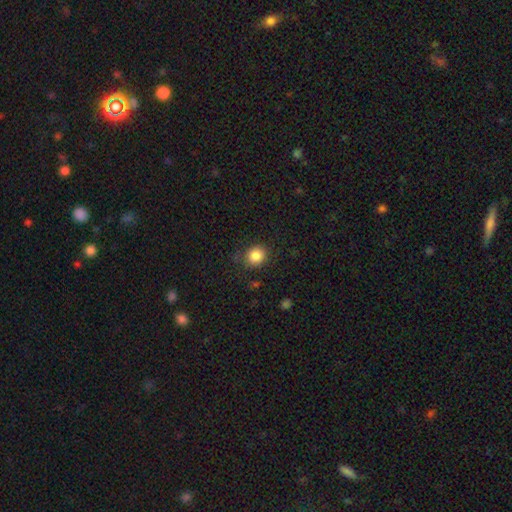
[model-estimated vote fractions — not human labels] This appears to be a smooth galaxy with no disk features (85%) that is round (79%). Merging: none (83%).